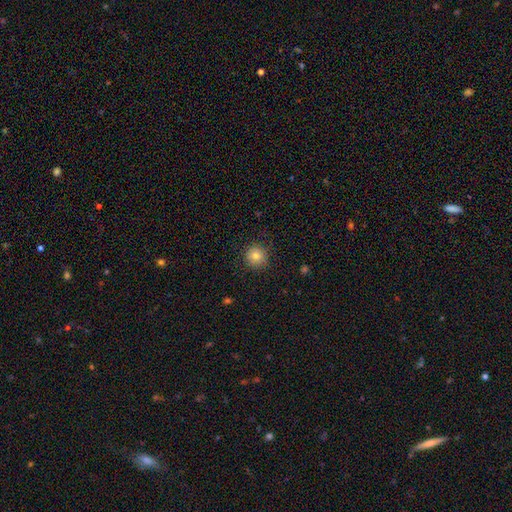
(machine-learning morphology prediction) Smooth or featured: smooth — 80% (star or artifact — 12%)
How rounded: round — 94% (in between — 5%)
Merging: none — 88% (minor disturbance — 9%)